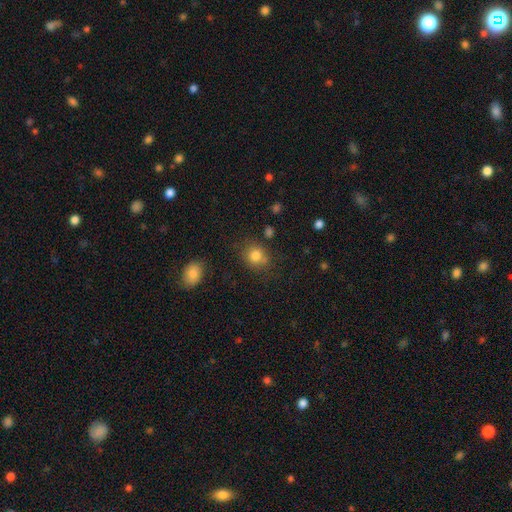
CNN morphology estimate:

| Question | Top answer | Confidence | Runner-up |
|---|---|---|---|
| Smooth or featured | smooth | 80% | star or artifact (13%) |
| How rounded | round | 75% | in between (24%) |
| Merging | none | 73% | minor disturbance (15%) |